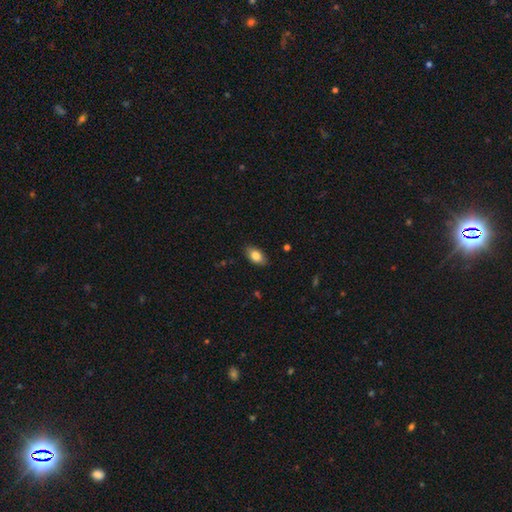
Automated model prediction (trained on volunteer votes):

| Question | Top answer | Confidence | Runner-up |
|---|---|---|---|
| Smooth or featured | smooth | 83% | featured or disk (9%) |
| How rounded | in between | 91% | round (6%) |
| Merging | none | 85% | minor disturbance (12%) |